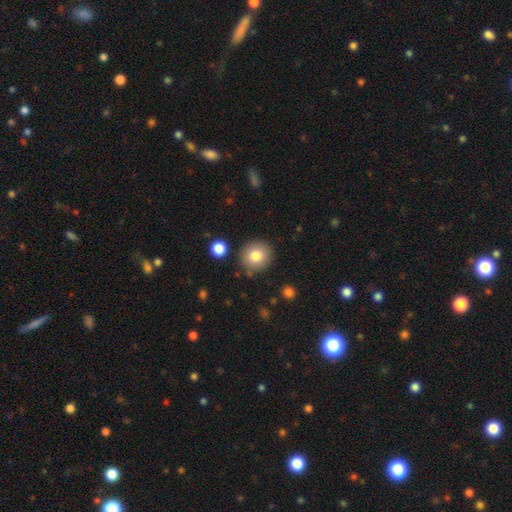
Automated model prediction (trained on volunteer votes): This appears to be a smooth galaxy with no disk features (81%) that is round (89%). Merging: none (85%).